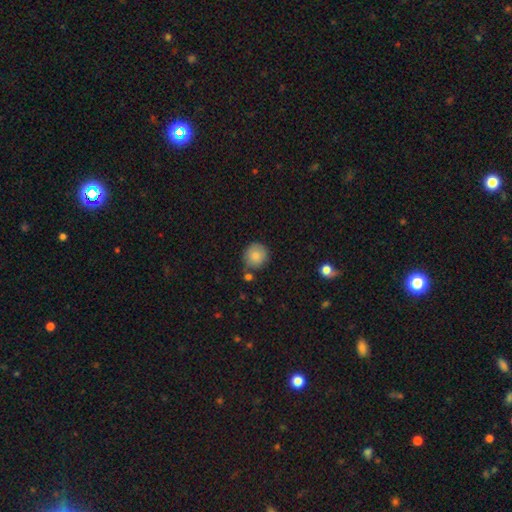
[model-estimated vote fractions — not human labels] smooth 86%, star or artifact 8%, featured or disk 6%. Down the decision tree: how rounded — round (92%); merging — none (77%).